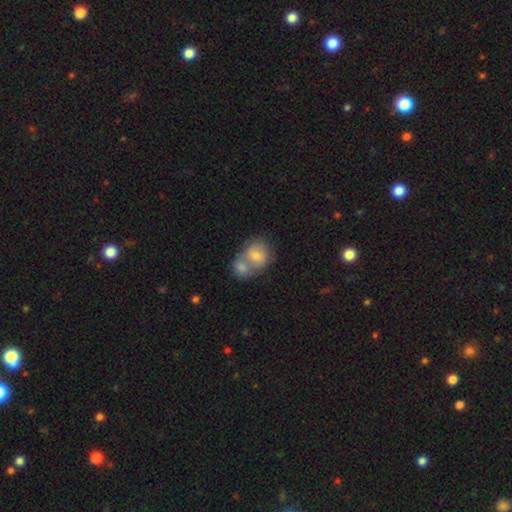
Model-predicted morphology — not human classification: The model was most divided on "how rounded": round: 55%, in between: 44%, cigar-shaped: 1%. More confident: smooth or featured — smooth (70%); merging — merger (68%).